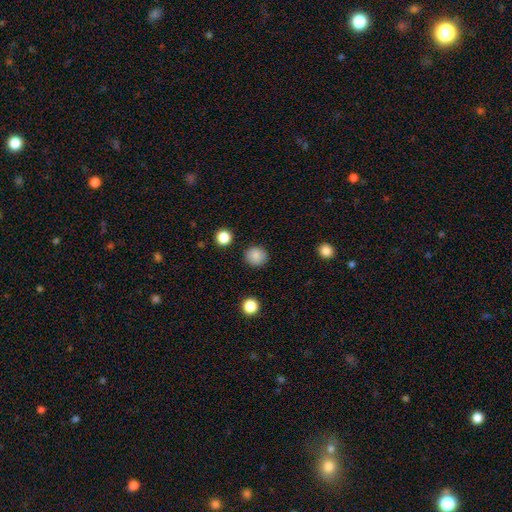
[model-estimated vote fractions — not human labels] This is clearly a smooth galaxy (86%). How rounded: clearly round (91%). Merging: clearly none (90%).